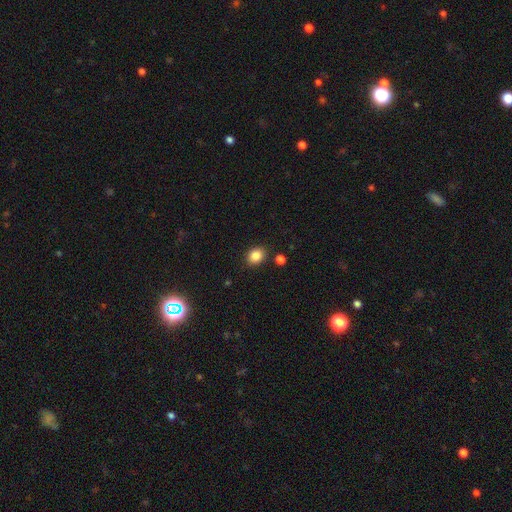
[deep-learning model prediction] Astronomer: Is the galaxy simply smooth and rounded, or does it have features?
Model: smooth — 85%.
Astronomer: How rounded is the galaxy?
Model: in between — 50% (runner-up: round, 49%).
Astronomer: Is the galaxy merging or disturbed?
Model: none — 85%.